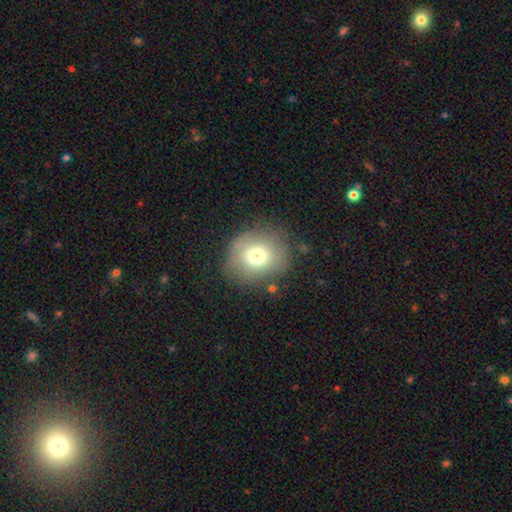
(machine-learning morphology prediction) smooth 72%, featured or disk 16%, star or artifact 12%. Down the decision tree: how rounded — round (77%); merging — none (77%).